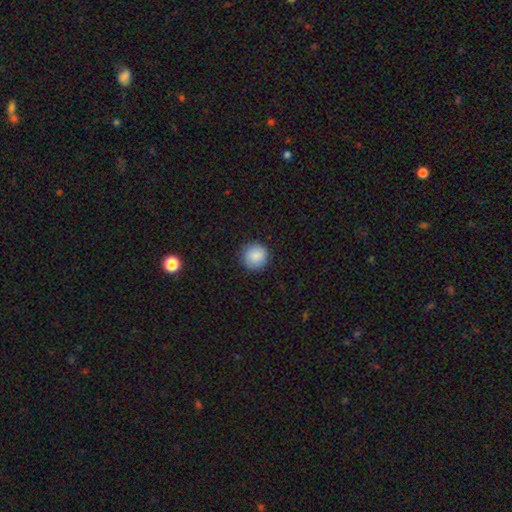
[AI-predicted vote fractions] A smooth galaxy with no disk features (87%) that is round (95%). Merging: none (89%).